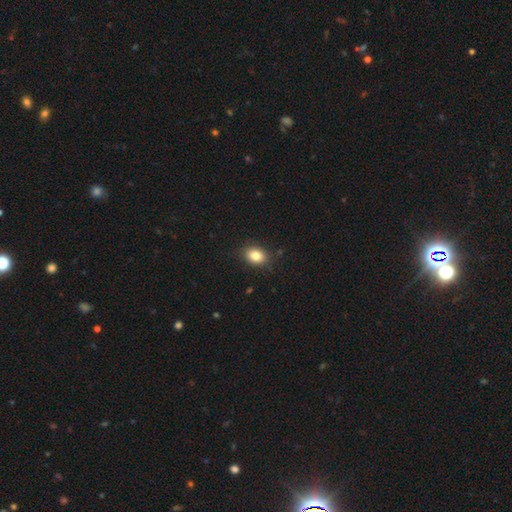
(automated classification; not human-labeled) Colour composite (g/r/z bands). It shows a smooth galaxy with no disk features (83%) that is in between round and cigar-shaped (72%). Merging: none (85%).